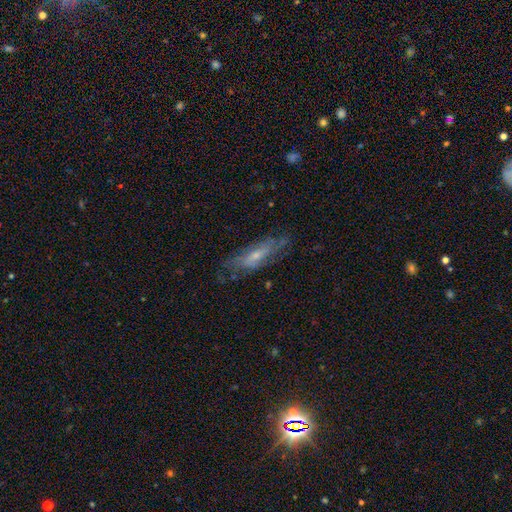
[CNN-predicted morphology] Q: Smooth or featured?
A: featured or disk (59%); runner-up: smooth (33%)
Q: Edge-on disk?
A: no (68%); runner-up: yes (32%)
Q: Merging?
A: none (66%); runner-up: minor disturbance (22%)